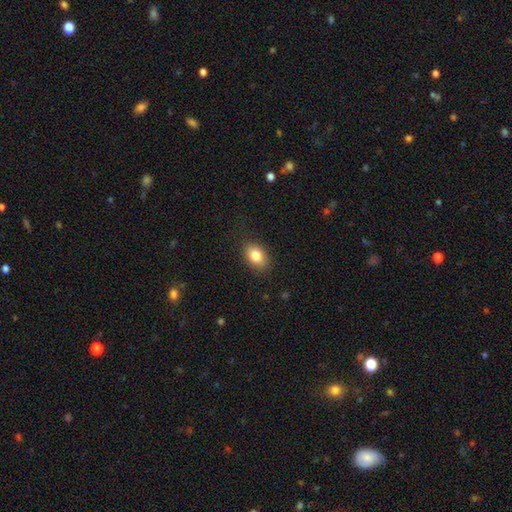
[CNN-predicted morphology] Smooth or featured? smooth (83%)
How rounded? in between (80%)
Merging? none (84%)